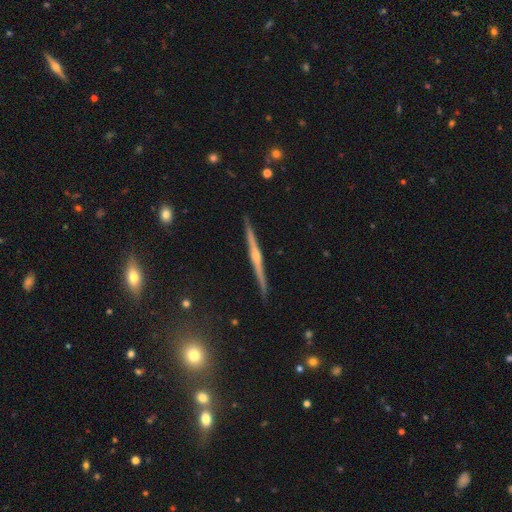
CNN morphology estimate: Smooth or featured? Predicted: featured or disk (p=0.79). Edge-on disk? Predicted: yes (p=0.98). Edge-on bulge? Predicted: rounded (p=0.80). Merging? Predicted: none (p=0.90).